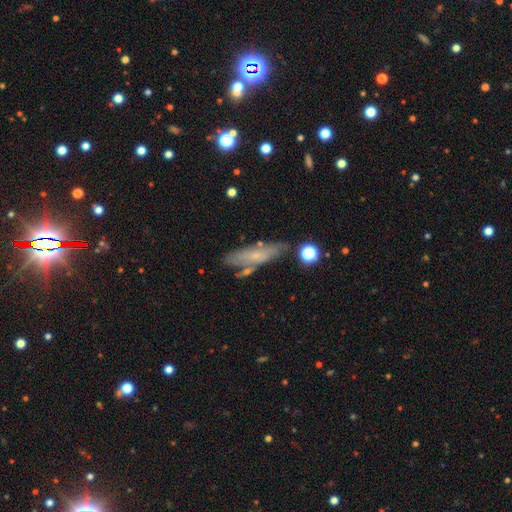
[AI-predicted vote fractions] The model was most divided on "smooth or featured": smooth: 47%, featured or disk: 44%, star or artifact: 9%. More confident: merging — none (64%).